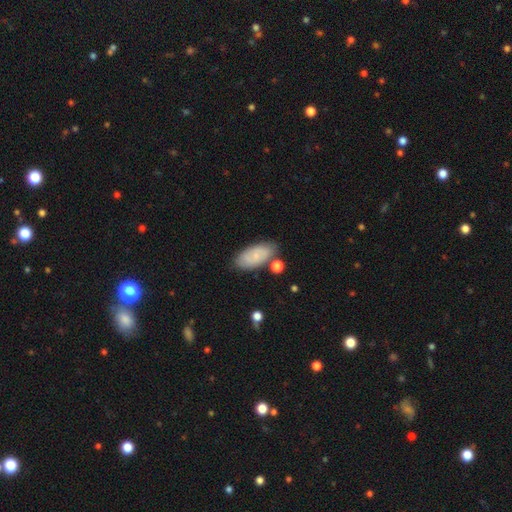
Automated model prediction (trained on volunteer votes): Q: Smooth or featured?
A: smooth (66%); runner-up: featured or disk (27%)
Q: How rounded?
A: in between (91%); runner-up: cigar-shaped (6%)
Q: Merging?
A: none (73%); runner-up: minor disturbance (17%)